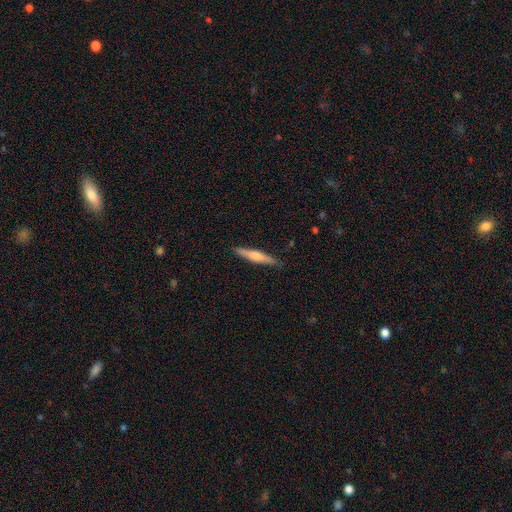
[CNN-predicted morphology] Smooth or featured?
  - smooth: 51% *
  - featured or disk: 43%
  - star or artifact: 5%
How rounded?
  - cigar-shaped: 91% *
  - in between: 8%
  - round: 2%
Merging?
  - none: 88% *
  - minor disturbance: 9%
  - major disturbance: 2%
  - merger: 1%